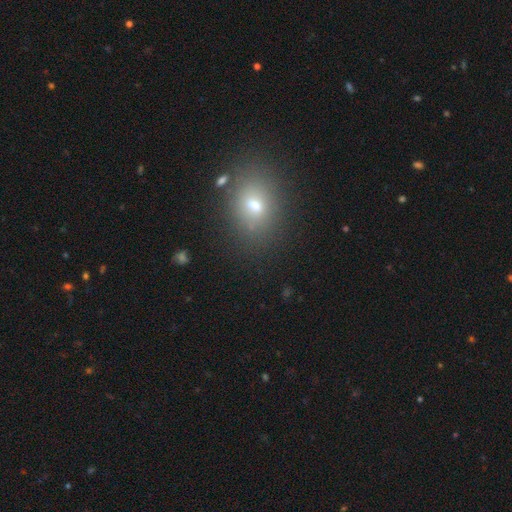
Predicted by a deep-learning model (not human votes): smooth_or_featured: smooth (p=0.66) [alt: star or artifact p=0.26]
how_rounded: in between (p=0.56) [alt: round p=0.43]
merging: none (p=0.90) [alt: minor disturbance p=0.06]